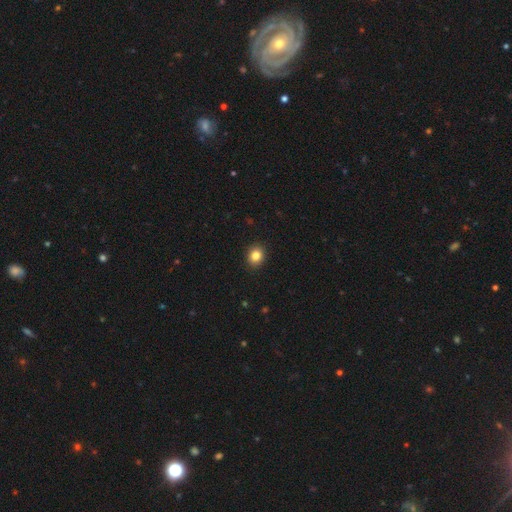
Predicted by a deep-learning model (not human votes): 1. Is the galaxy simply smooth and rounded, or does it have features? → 84% smooth, 10% star or artifact, 5% featured or disk.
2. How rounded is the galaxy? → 66% round, 33% in between, 1% cigar-shaped.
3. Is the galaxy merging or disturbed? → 91% none, 6% minor disturbance, 2% major disturbance, 1% merger.